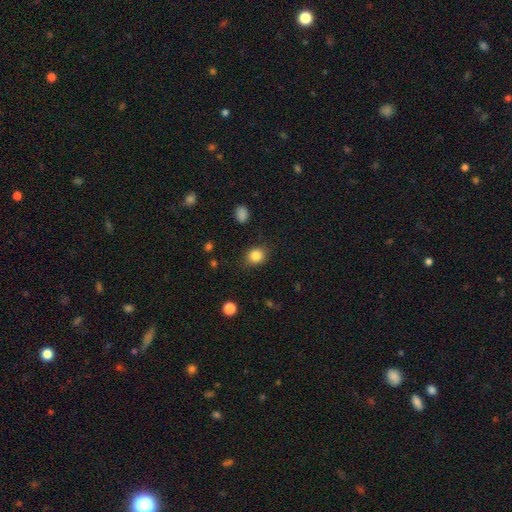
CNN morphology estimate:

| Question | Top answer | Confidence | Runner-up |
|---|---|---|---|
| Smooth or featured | smooth | 85% | star or artifact (10%) |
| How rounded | round | 62% | in between (37%) |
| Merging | none | 82% | minor disturbance (12%) |